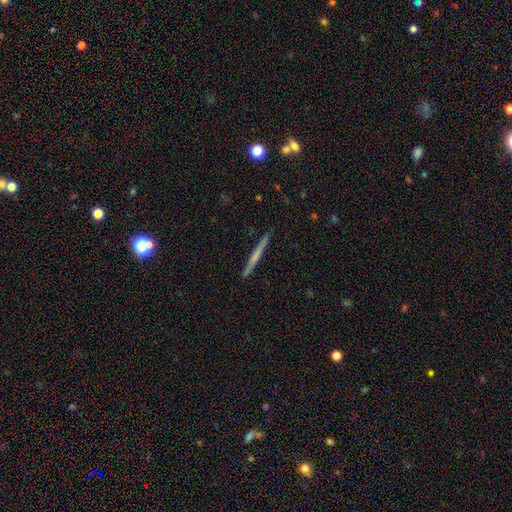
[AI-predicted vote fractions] smooth_or_featured: featured or disk (p=0.50) [alt: smooth p=0.43]
disk_edge_on: yes (p=0.98) [alt: no p=0.02]
merging: none (p=0.92) [alt: minor disturbance p=0.06]